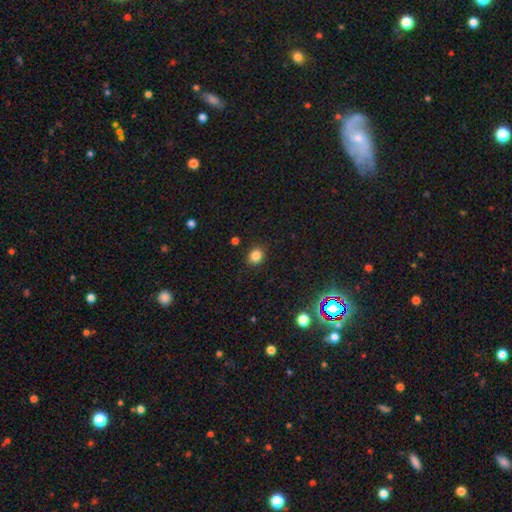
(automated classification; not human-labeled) Smooth or featured: smooth — 83% (star or artifact — 12%)
How rounded: round — 69% (in between — 30%)
Merging: none — 88% (minor disturbance — 9%)